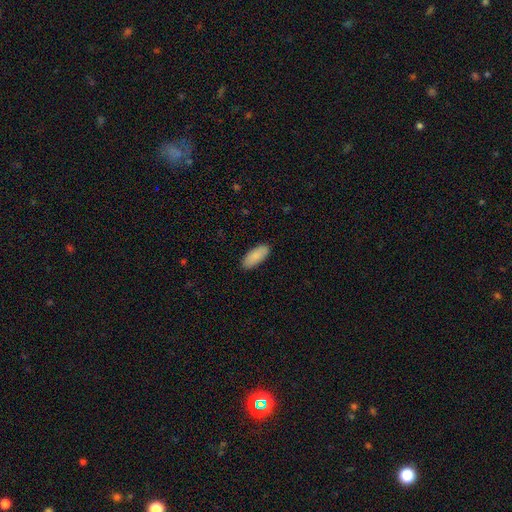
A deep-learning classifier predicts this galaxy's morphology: This is clearly a smooth galaxy (88%). How rounded: clearly in between (84%). Merging: clearly none (90%).